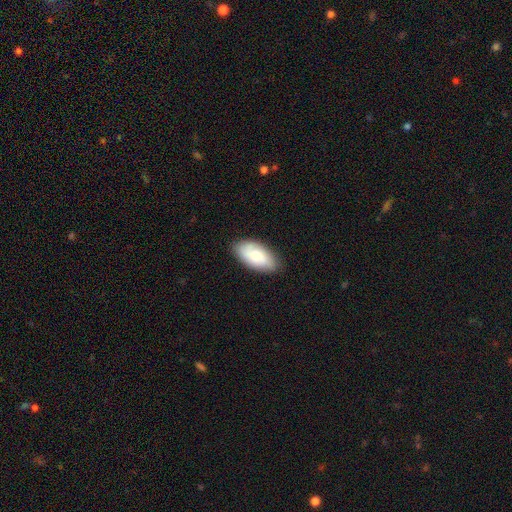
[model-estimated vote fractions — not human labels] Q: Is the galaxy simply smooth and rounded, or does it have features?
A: smooth — 69%.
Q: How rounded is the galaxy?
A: in between — 94%.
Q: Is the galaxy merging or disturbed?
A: none — 82%.